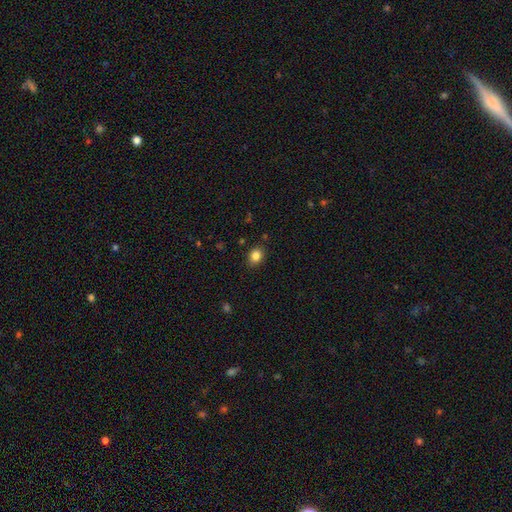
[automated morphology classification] Smooth or featured? smooth (84%)
How rounded? round (51%)
Merging? none (87%)